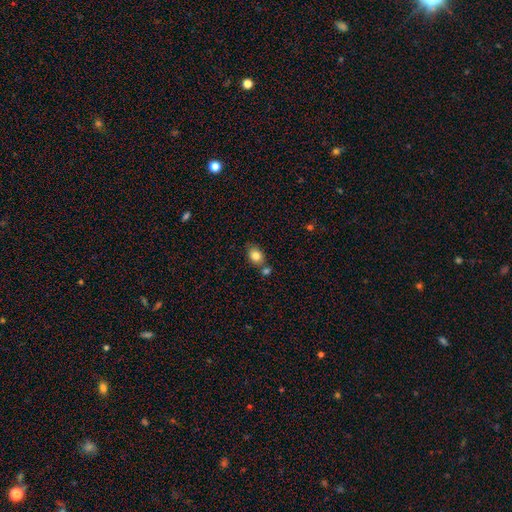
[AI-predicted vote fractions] Smooth or featured?
  - smooth: 83% *
  - star or artifact: 9%
  - featured or disk: 8%
How rounded?
  - in between: 62% *
  - round: 37%
  - cigar-shaped: 1%
Merging?
  - none: 62% *
  - merger: 21%
  - minor disturbance: 14%
  - major disturbance: 3%